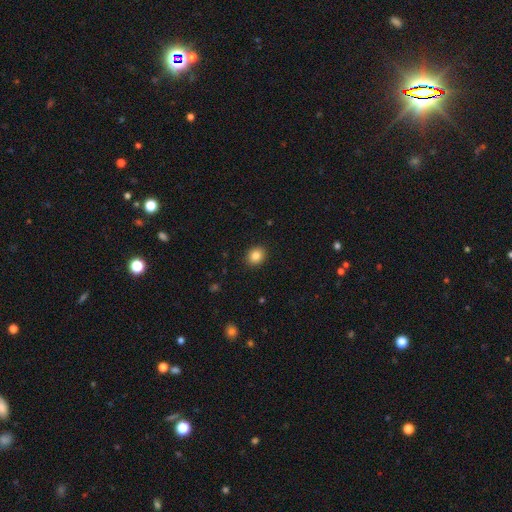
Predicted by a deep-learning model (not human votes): smooth_or_featured: smooth (p=0.85) [alt: star or artifact p=0.10]
how_rounded: round (p=0.69) [alt: in between p=0.30]
merging: none (p=0.91) [alt: minor disturbance p=0.06]